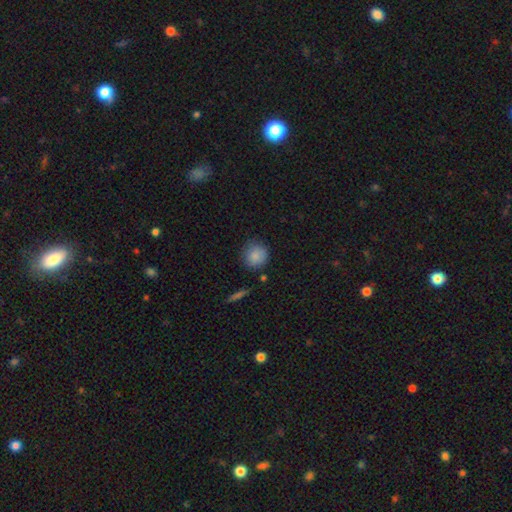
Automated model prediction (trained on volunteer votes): Smooth or featured? smooth (87%)
How rounded? round (91%)
Merging? none (81%)